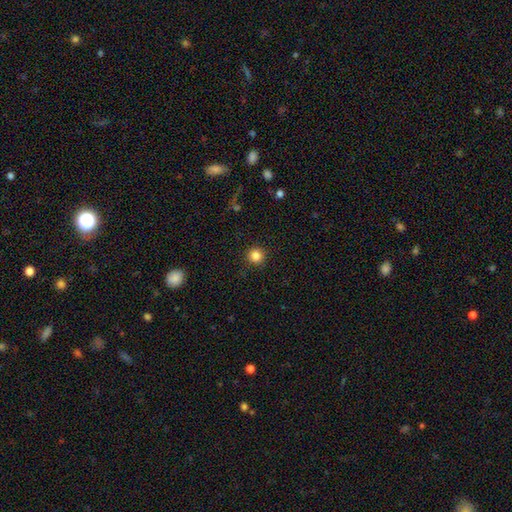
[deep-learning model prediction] smooth_or_featured: smooth (p=0.84) [alt: star or artifact p=0.12]
how_rounded: round (p=0.95) [alt: in between p=0.04]
merging: none (p=0.91) [alt: minor disturbance p=0.05]